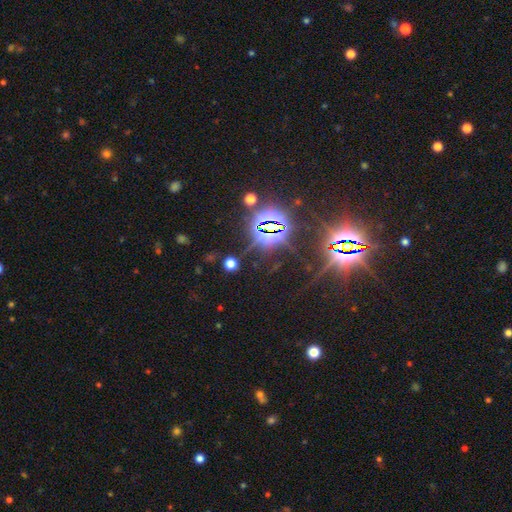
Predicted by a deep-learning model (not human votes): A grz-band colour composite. It shows a star or artifact, not a galaxy (85%).